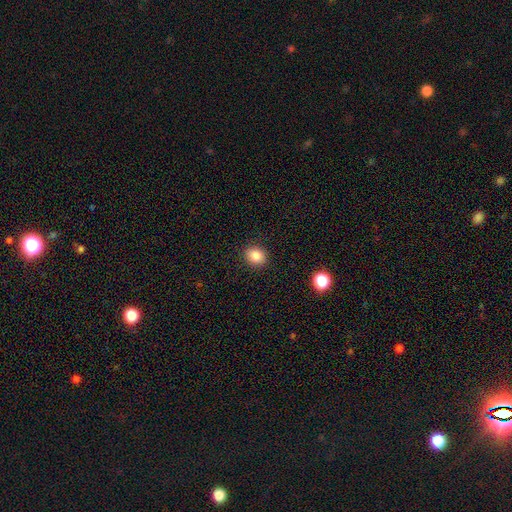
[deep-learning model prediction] Morphology: type=smooth (85%); roundness=round (61%); merging=none (90%).